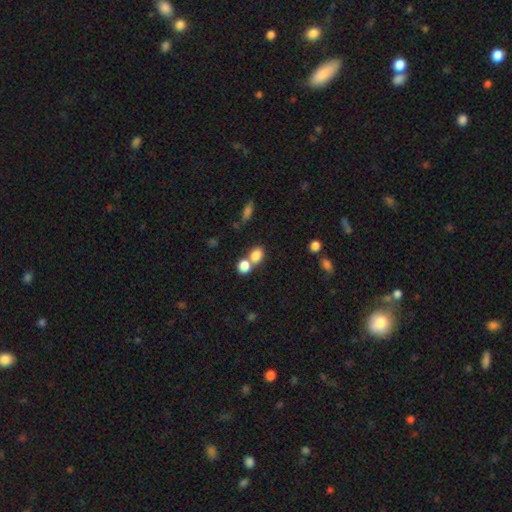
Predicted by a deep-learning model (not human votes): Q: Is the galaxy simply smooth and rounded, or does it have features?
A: smooth — 81%.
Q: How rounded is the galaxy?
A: in between — 54%.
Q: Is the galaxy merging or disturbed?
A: none — 46%.